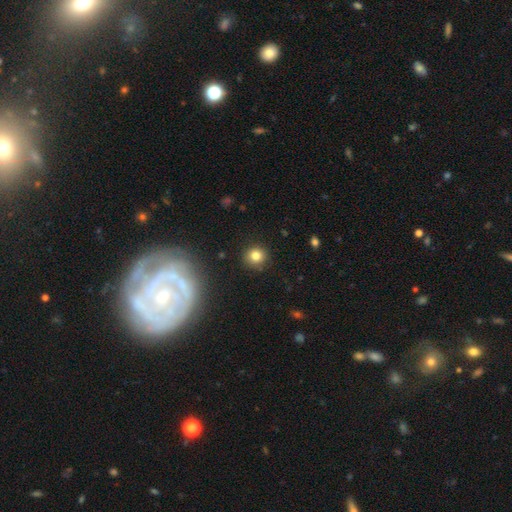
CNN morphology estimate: This is clearly a smooth galaxy (80%). How rounded: clearly round (89%). Merging: clearly none (89%).